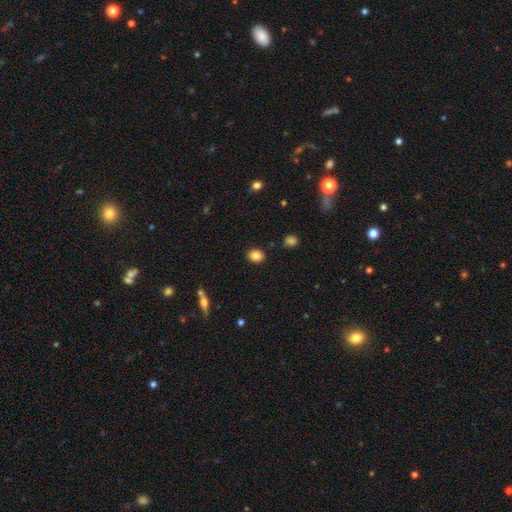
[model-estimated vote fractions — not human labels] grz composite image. It shows a smooth galaxy with no disk features (85%) that is in between round and cigar-shaped (50%). Merging: none (88%).